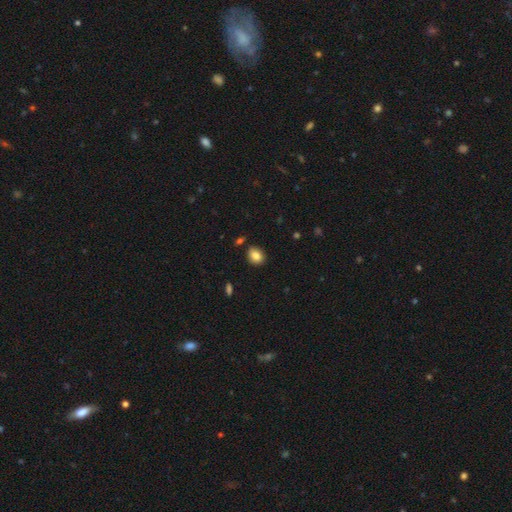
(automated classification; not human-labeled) This appears to be a smooth galaxy with no disk features (84%) that is in between round and cigar-shaped (59%). Merging: none (84%).